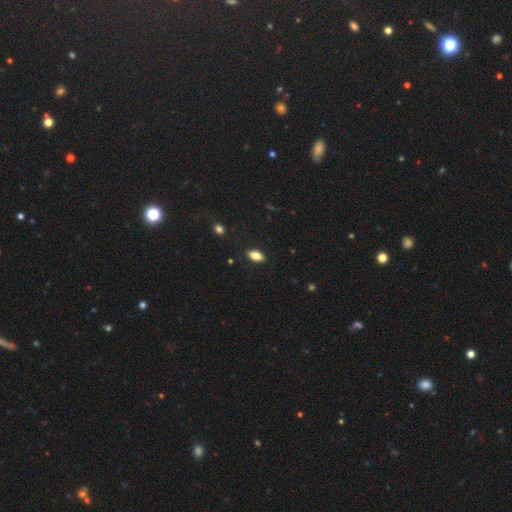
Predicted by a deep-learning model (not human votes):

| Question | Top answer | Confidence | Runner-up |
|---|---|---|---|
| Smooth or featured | smooth | 79% | featured or disk (13%) |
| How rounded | in between | 87% | cigar-shaped (10%) |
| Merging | none | 87% | minor disturbance (9%) |